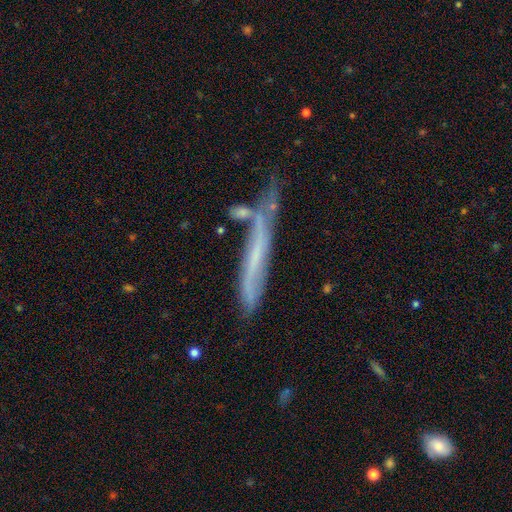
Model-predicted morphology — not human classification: Smooth or featured? Predicted: featured or disk (p=0.54). Edge-on disk? Predicted: yes (p=0.77). Merging? Predicted: none (p=0.53).